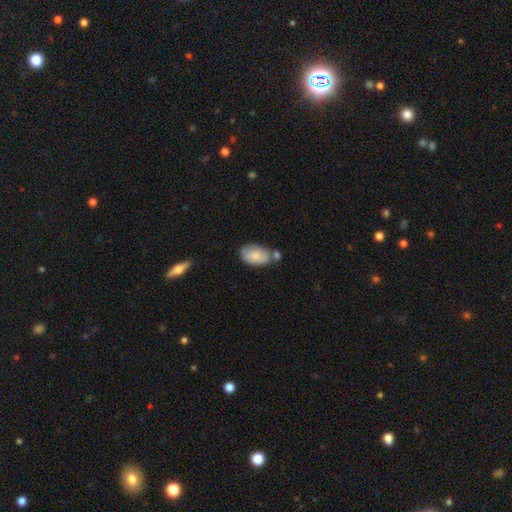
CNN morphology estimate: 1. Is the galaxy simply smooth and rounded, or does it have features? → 81% smooth, 13% featured or disk, 6% star or artifact.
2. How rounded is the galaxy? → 93% in between, 6% round, 1% cigar-shaped.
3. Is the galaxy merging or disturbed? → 53% none, 23% minor disturbance, 19% merger, 6% major disturbance.